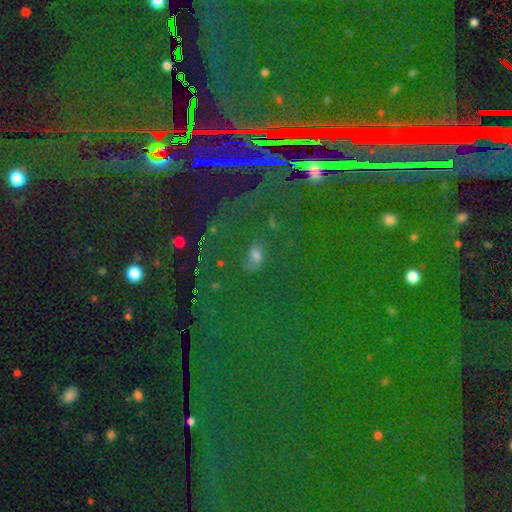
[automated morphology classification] This is marginally a smooth galaxy (45%). Merging: likely none (63%).